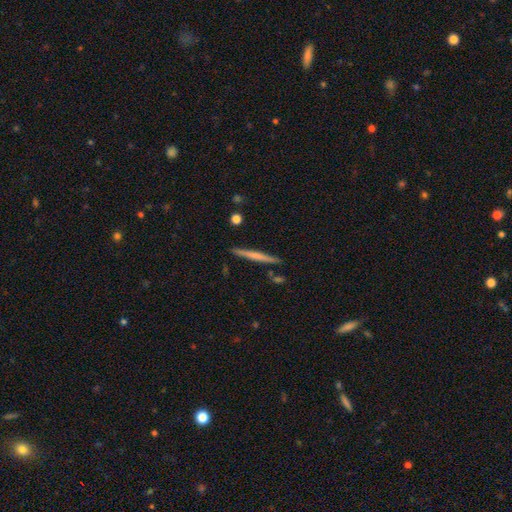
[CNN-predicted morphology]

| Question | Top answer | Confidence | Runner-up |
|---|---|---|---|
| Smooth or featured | smooth | 48% | featured or disk (46%) |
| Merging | none | 89% | minor disturbance (7%) |